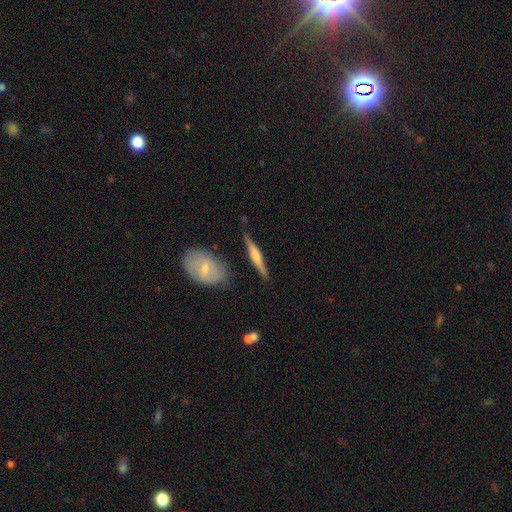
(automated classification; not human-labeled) Overall: featured or disk (58%; smooth 37%). Edge-on disk: yes (95%). Edge-on bulge: rounded (67%). Merging: none (80%).